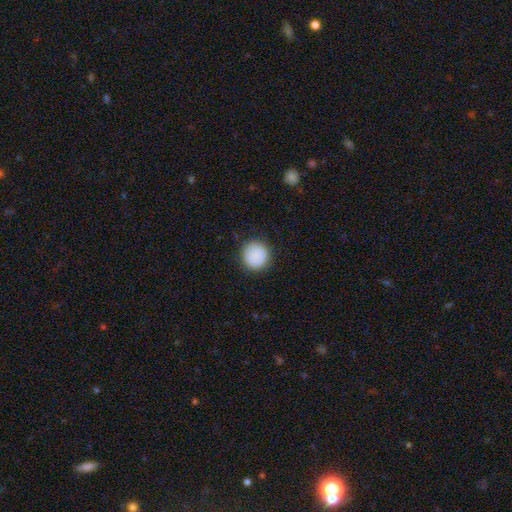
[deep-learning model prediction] A smooth galaxy with no disk features (86%) that is round (94%). Merging: none (90%).